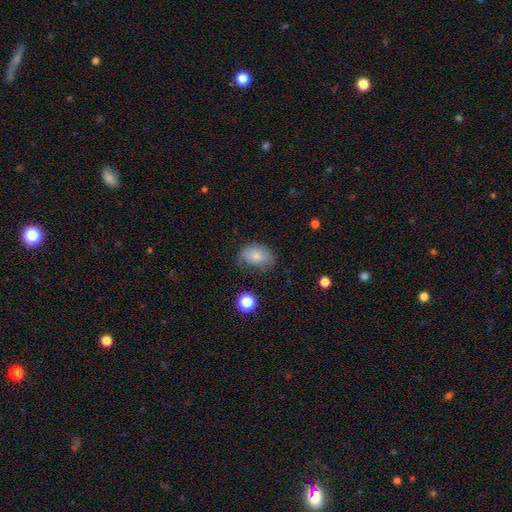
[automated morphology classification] This is likely a smooth galaxy (73%). How rounded: likely in between (79%). Merging: possibly none (52%).